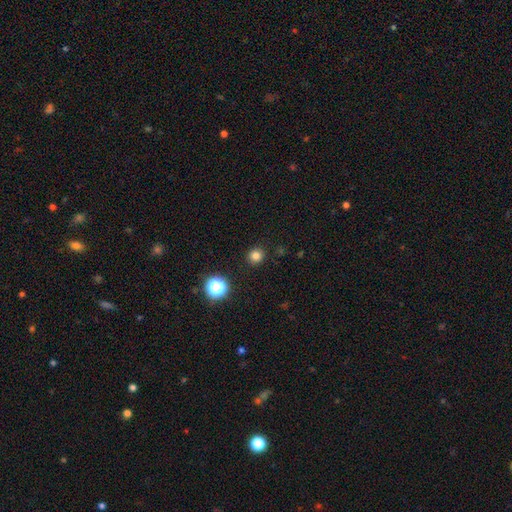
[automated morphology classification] A smooth galaxy with no disk features (80%) that is round (90%).

Vote fractions:
- Smooth or featured? smooth: 80% / star or artifact: 15% / featured or disk: 5%
- How rounded? round: 90% / in between: 9% / cigar-shaped: 1%
- Merging? none: 91% / minor disturbance: 6% / major disturbance: 2% / merger: 1%